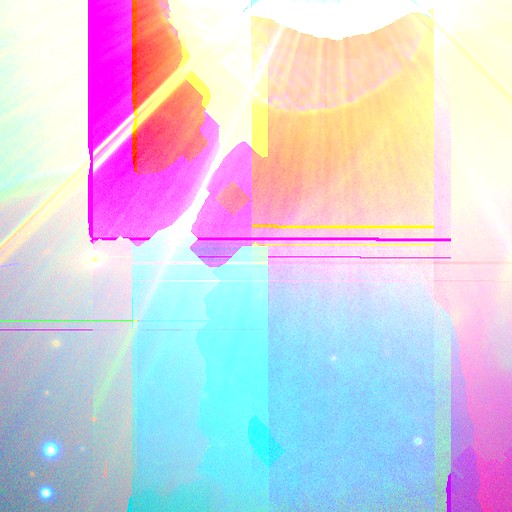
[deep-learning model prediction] This is clearly a star or artifact rather than a galaxy (84%).